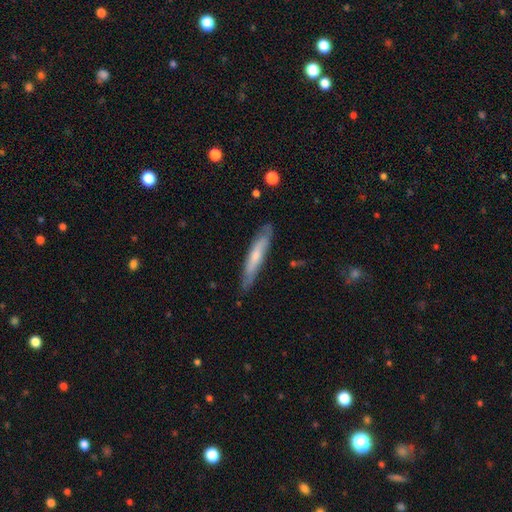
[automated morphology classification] Overall: smooth (54%; featured or disk 40%). How rounded: cigar-shaped (90%). Merging: none (79%).